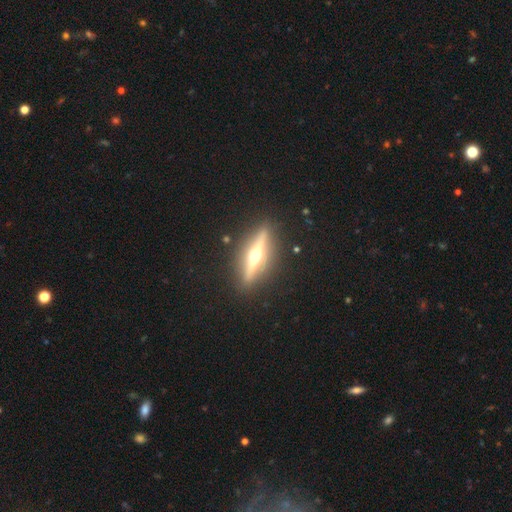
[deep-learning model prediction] Overall: featured or disk (79%). Edge-on disk: yes (96%). Edge-on bulge: rounded (96%). Merging: none (90%).